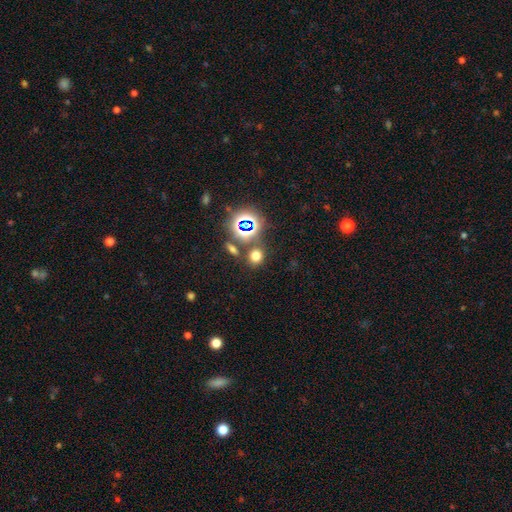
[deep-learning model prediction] The model was most divided on "smooth or featured": smooth: 64%, star or artifact: 28%, featured or disk: 7%. More confident: merging — none (78%); how rounded — round (77%).